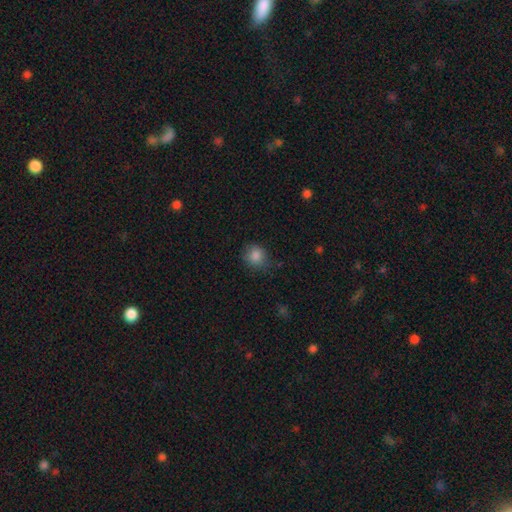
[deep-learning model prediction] Smooth or featured: smooth — 85% (star or artifact — 10%)
How rounded: round — 77% (in between — 22%)
Merging: none — 71% (minor disturbance — 22%)